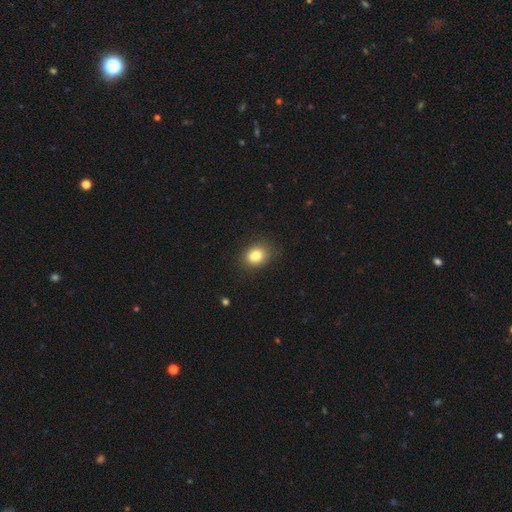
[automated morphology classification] Smooth or featured? smooth (84%)
How rounded? in between (51%)
Merging? none (84%)